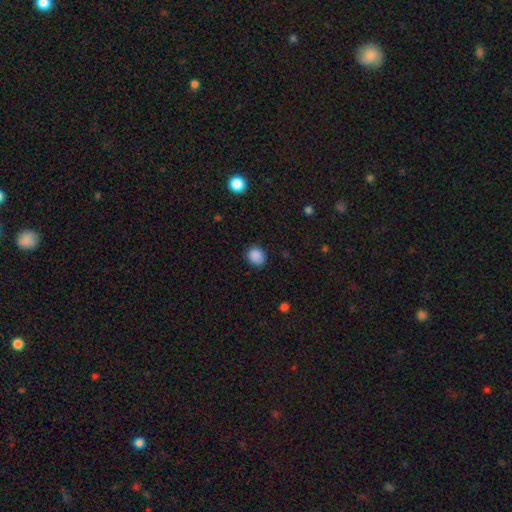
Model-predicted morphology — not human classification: A smooth galaxy with no disk features (87%) that is round (68%). Merging: none (83%).